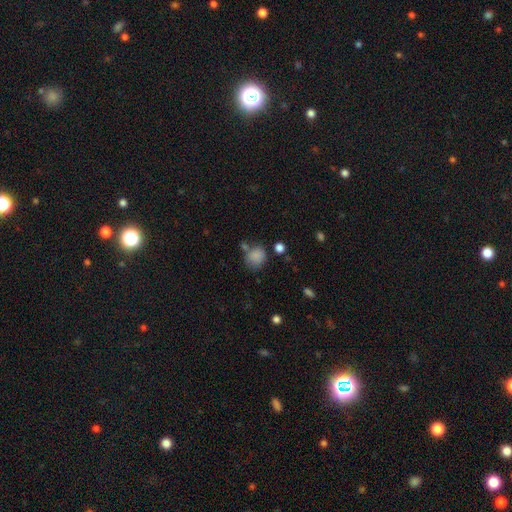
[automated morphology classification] Smooth or featured?
  - smooth: 83% *
  - star or artifact: 11%
  - featured or disk: 6%
How rounded?
  - round: 70% *
  - in between: 29%
  - cigar-shaped: 1%
Merging?
  - none: 61% *
  - minor disturbance: 19%
  - merger: 12%
  - major disturbance: 8%